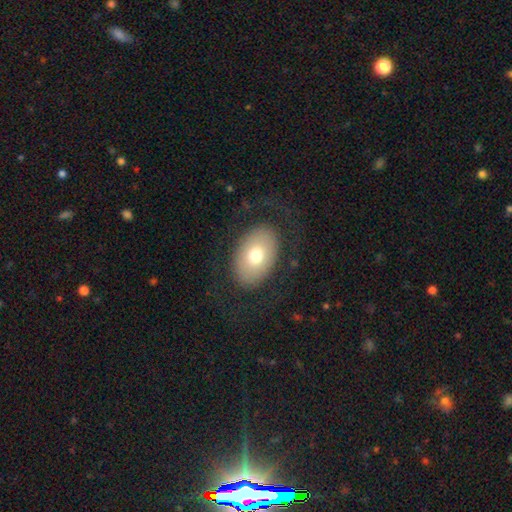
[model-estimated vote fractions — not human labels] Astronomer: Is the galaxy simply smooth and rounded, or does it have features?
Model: smooth — 71%.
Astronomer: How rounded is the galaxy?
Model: in between — 85%.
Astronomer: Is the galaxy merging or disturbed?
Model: none — 79%.